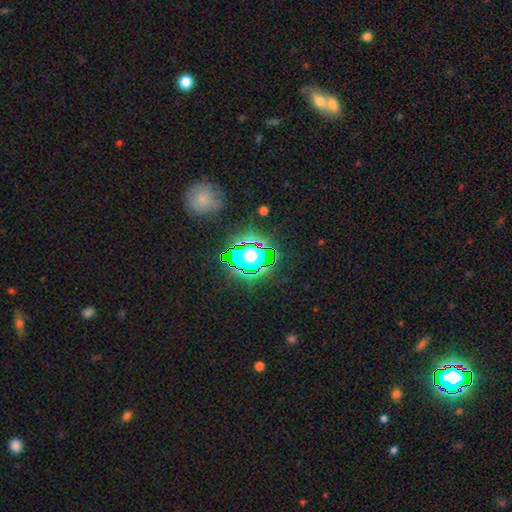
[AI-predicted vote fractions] Smooth or featured?
  - star or artifact: 55% *
  - smooth: 30%
  - featured or disk: 15%